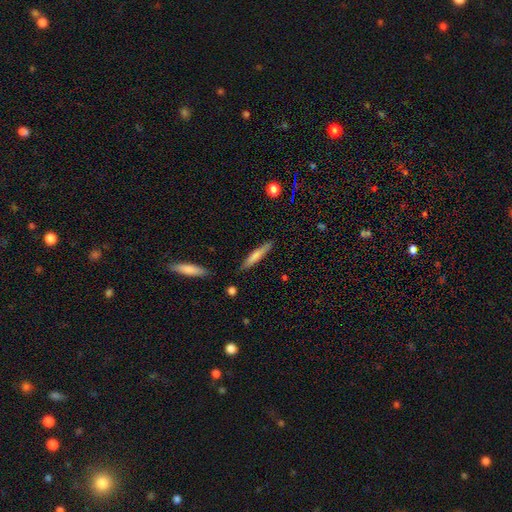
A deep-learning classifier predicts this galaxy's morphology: Smooth or featured?
  - smooth: 67% *
  - featured or disk: 28%
  - star or artifact: 6%
How rounded?
  - cigar-shaped: 91% *
  - in between: 8%
  - round: 1%
Merging?
  - none: 86% *
  - minor disturbance: 10%
  - merger: 2%
  - major disturbance: 2%